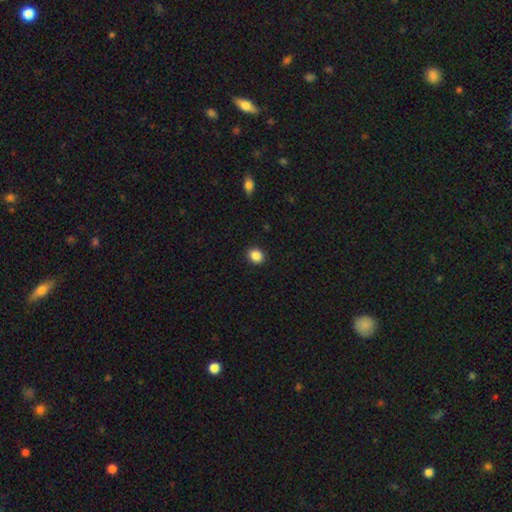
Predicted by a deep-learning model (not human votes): Morphology: type=smooth (87%); roundness=round (65%); merging=none (91%).